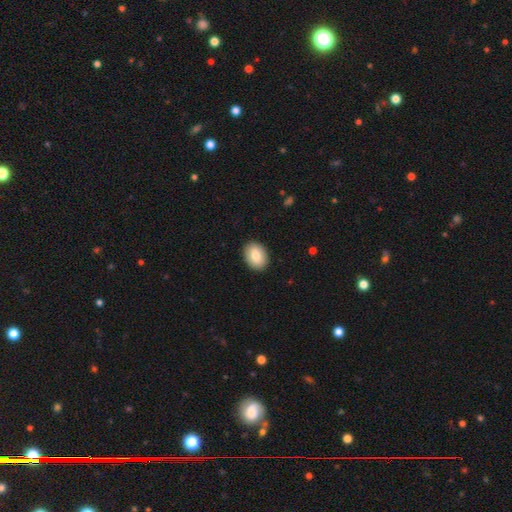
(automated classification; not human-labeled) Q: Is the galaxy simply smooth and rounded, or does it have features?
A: smooth — 83%.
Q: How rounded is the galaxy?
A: in between — 78%.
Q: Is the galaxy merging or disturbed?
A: none — 91%.